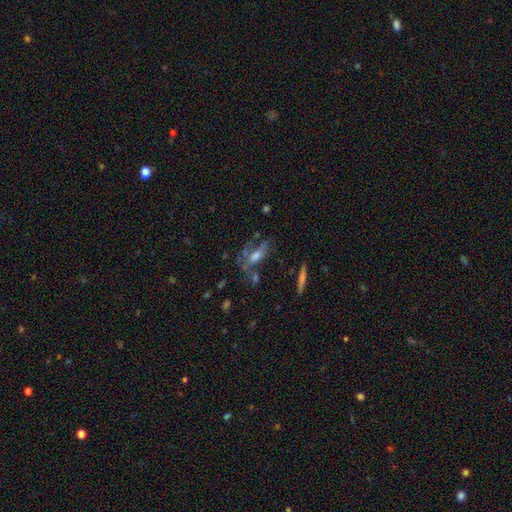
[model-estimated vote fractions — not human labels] Q: Smooth or featured?
A: featured or disk (55%); runner-up: smooth (33%)
Q: Edge-on disk?
A: no (80%); runner-up: yes (20%)
Q: Merging?
A: none (39%); runner-up: major disturbance (29%)